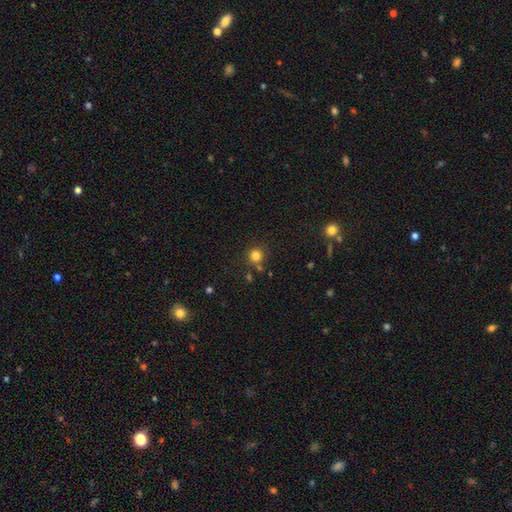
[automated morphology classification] type=smooth (81%); roundness=round (93%); merging=none (78%).